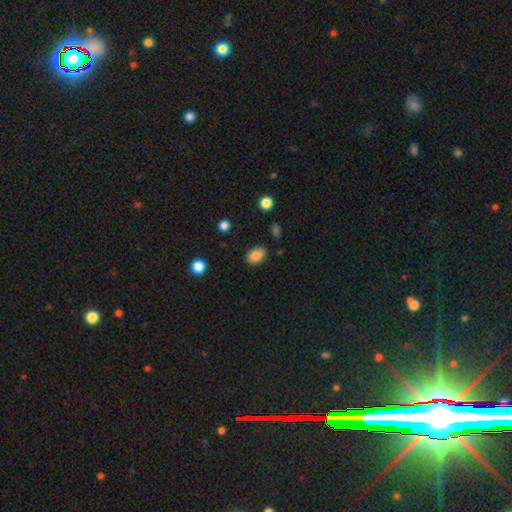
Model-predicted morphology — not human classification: type=smooth (84%); roundness=in between (82%); merging=none (84%).